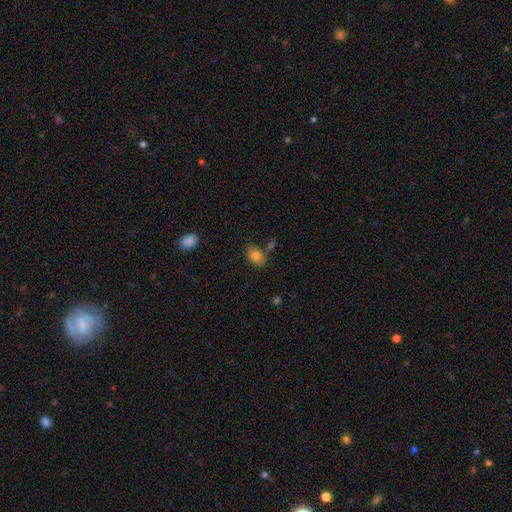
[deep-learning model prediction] Smooth or featured?
  - smooth: 81% *
  - featured or disk: 11%
  - star or artifact: 9%
How rounded?
  - in between: 86% *
  - round: 13%
  - cigar-shaped: 1%
Merging?
  - none: 74% *
  - minor disturbance: 14%
  - merger: 9%
  - major disturbance: 3%